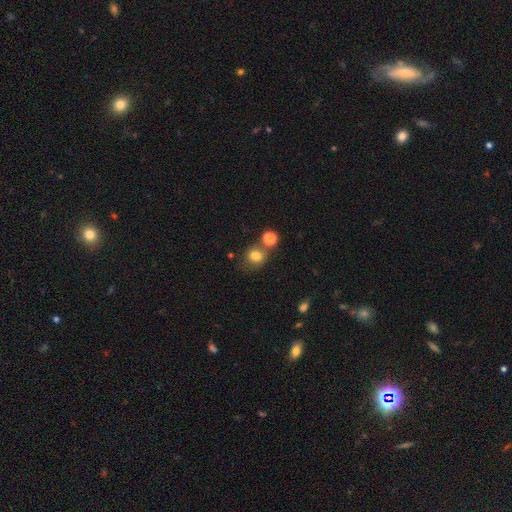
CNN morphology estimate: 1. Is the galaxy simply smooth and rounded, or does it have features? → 79% smooth, 13% star or artifact, 9% featured or disk.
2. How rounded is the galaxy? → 64% round, 35% in between, 1% cigar-shaped.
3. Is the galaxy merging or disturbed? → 58% none, 22% merger, 14% minor disturbance, 6% major disturbance.